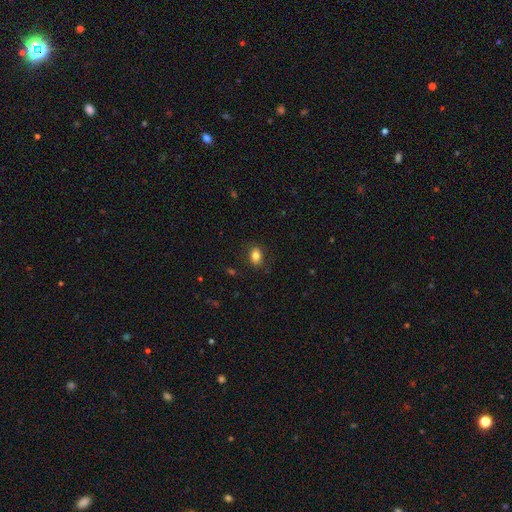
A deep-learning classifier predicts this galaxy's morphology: This appears to be a smooth galaxy with no disk features (82%) that is in between round and cigar-shaped (75%). Merging: none (84%).